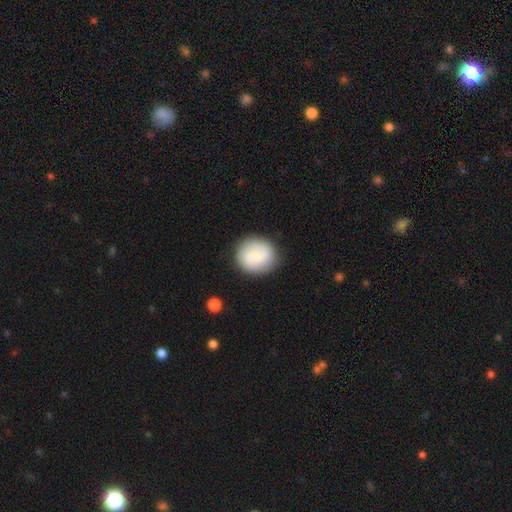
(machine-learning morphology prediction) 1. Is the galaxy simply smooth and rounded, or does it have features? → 52% smooth, 41% featured or disk, 7% star or artifact.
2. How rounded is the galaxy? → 87% round, 12% in between, 1% cigar-shaped.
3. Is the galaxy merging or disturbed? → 85% none, 10% minor disturbance, 3% major disturbance, 2% merger.